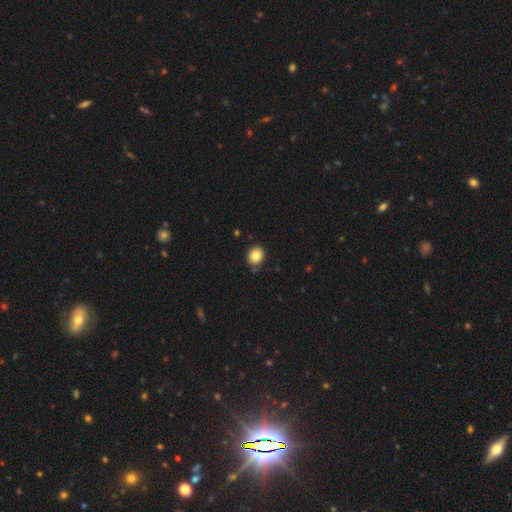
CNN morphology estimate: smooth_or_featured: smooth (p=0.84) [alt: star or artifact p=0.10]
how_rounded: round (p=0.66) [alt: in between p=0.33]
merging: none (p=0.80) [alt: minor disturbance p=0.14]